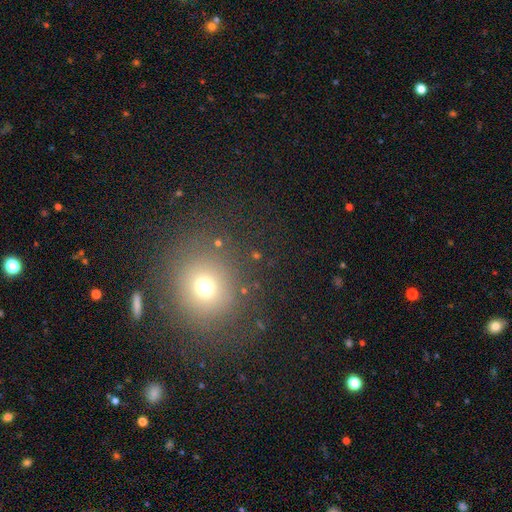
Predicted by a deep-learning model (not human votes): Smooth or featured? Predicted: smooth (p=0.63). How rounded? Predicted: round (p=0.84). Merging? Predicted: none (p=0.82).